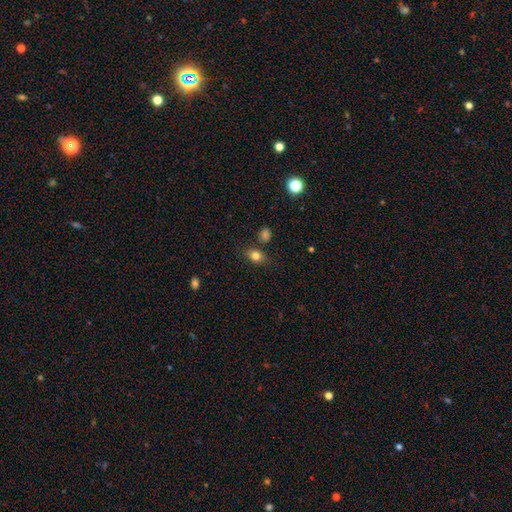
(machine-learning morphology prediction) Smooth or featured: smooth — 81% (star or artifact — 11%)
How rounded: in between — 68% (round — 30%)
Merging: none — 77% (minor disturbance — 13%)